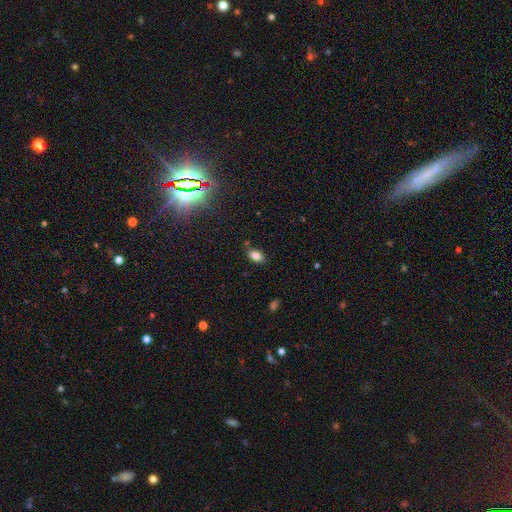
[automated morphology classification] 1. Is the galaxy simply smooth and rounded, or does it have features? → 81% smooth, 11% star or artifact, 8% featured or disk.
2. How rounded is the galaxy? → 86% in between, 12% round, 2% cigar-shaped.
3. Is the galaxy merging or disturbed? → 80% none, 12% minor disturbance, 5% merger, 3% major disturbance.